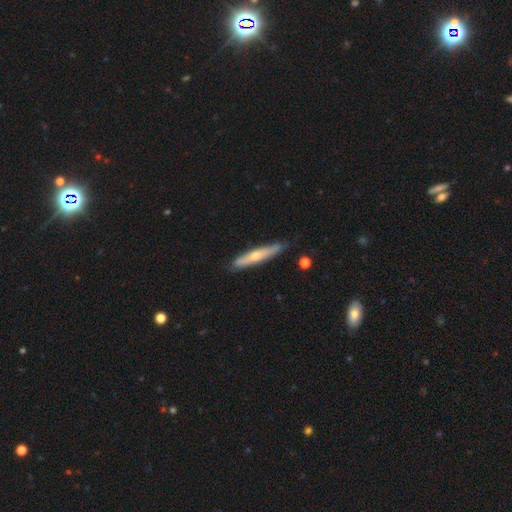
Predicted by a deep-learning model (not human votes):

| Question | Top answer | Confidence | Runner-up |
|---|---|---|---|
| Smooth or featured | featured or disk | 48% | smooth (46%) |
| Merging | none | 79% | minor disturbance (17%) |